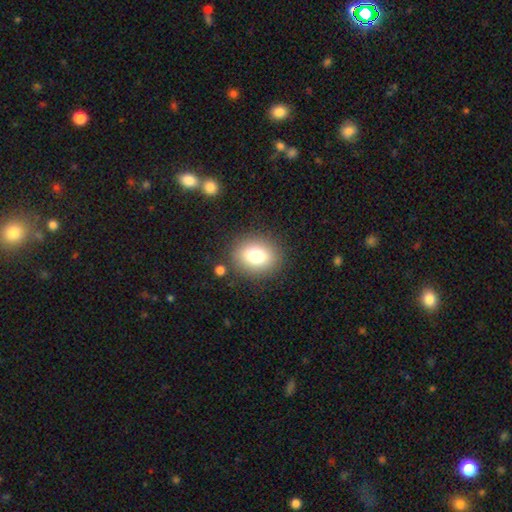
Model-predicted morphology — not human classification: This appears to be a smooth galaxy with no disk features (75%) that is round (55%). Merging: none (86%).